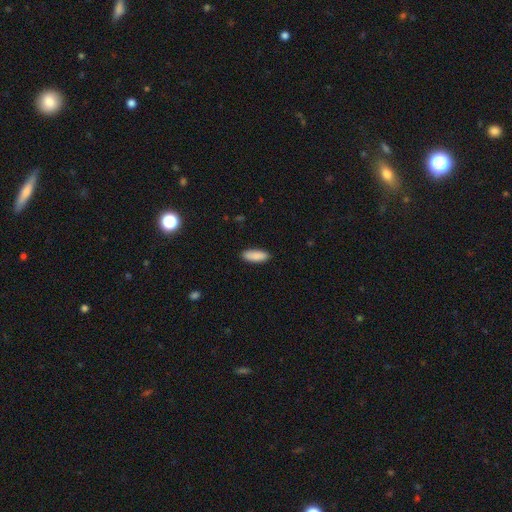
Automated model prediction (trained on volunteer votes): Morphology: type=smooth (90%); roundness=in between (66%); merging=none (89%).